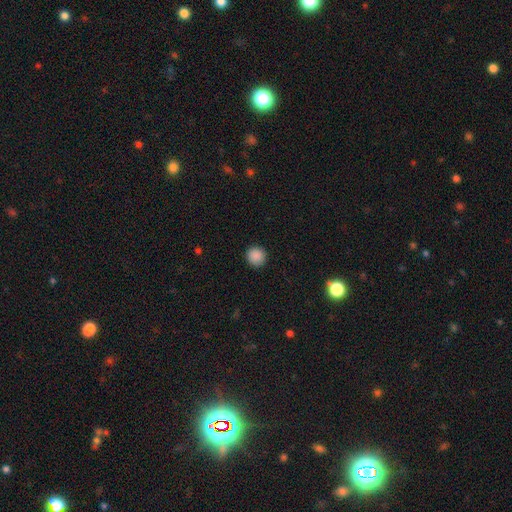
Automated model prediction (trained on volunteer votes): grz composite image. It shows a smooth galaxy with no disk features (88%) that is round (93%). Merging: none (92%).